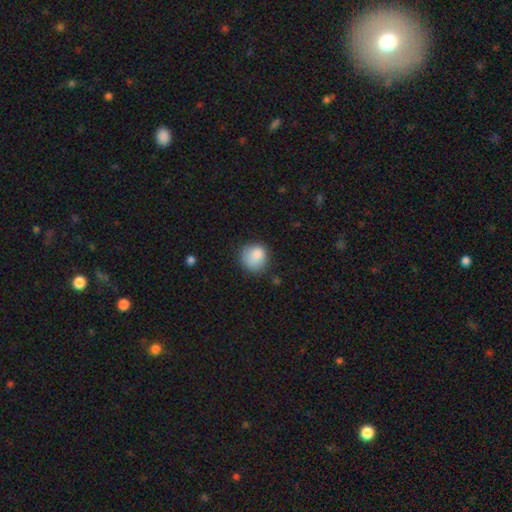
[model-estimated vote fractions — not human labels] Smooth or featured: smooth — 85% (star or artifact — 9%)
How rounded: round — 83% (in between — 16%)
Merging: none — 69% (minor disturbance — 21%)